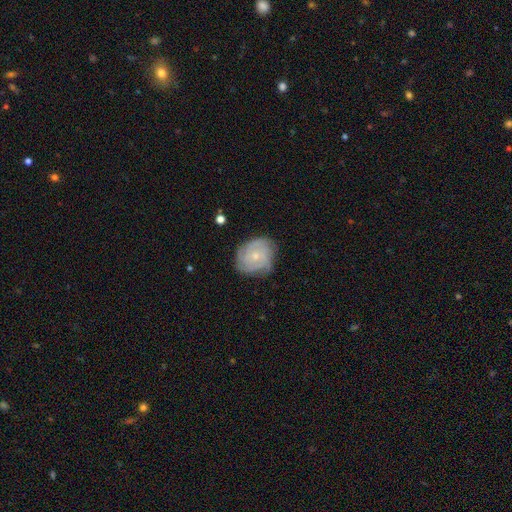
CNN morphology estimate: smooth-or-featured: featured or disk: 72% | smooth: 21% | star or artifact: 7%
  disk-edge-on: no: 98% | yes: 2%
    bar: no: 79% | weak: 19% | strong: 3%
    has-spiral-arms: yes: 91% | no: 9%
      spiral-winding: tight: 68% | medium: 26% | loose: 7%
      spiral-arm-count: can't tell: 33% | 3: 24% | 4: 18% | 2: 13% | more than 4: 6% | 1: 6%
    bulge-size: small: 66% | moderate: 30% | none: 2% | large: 1% | dominant: 1%
  merging: none: 72% | minor disturbance: 22% | major disturbance: 6% | merger: 1%